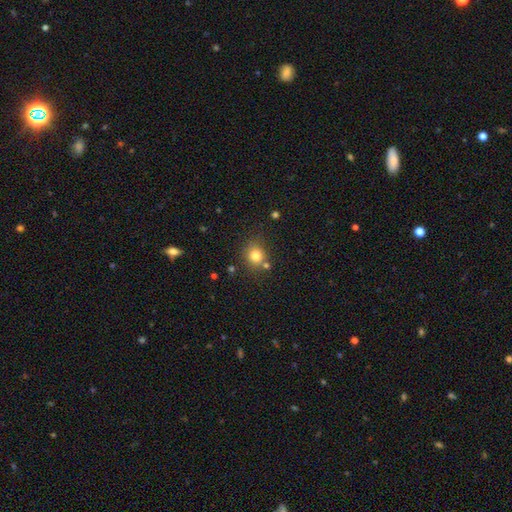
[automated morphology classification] This appears to be a smooth galaxy with no disk features (79%) that is round (80%). Merging: none (73%).